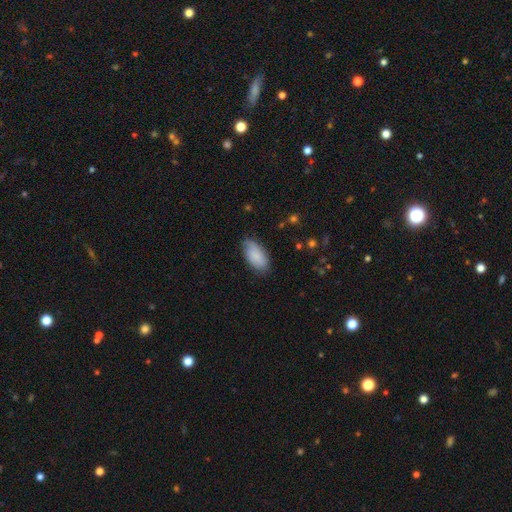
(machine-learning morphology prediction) This appears to be a smooth galaxy with no disk features (77%) that is in between round and cigar-shaped (94%). Merging: none (69%).